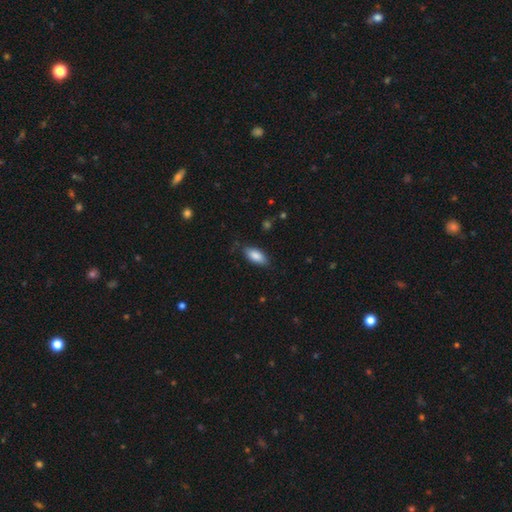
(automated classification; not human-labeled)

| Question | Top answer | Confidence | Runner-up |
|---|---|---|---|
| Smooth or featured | smooth | 85% | featured or disk (9%) |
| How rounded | in between | 87% | cigar-shaped (11%) |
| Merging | none | 77% | minor disturbance (18%) |